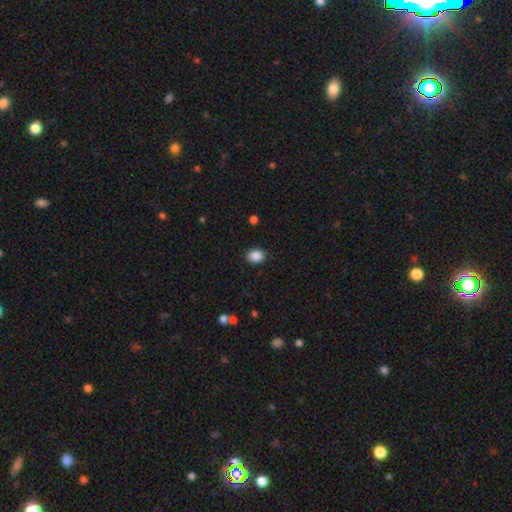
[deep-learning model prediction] A smooth galaxy with no disk features (88%) that is round (51%). Merging: none (89%).